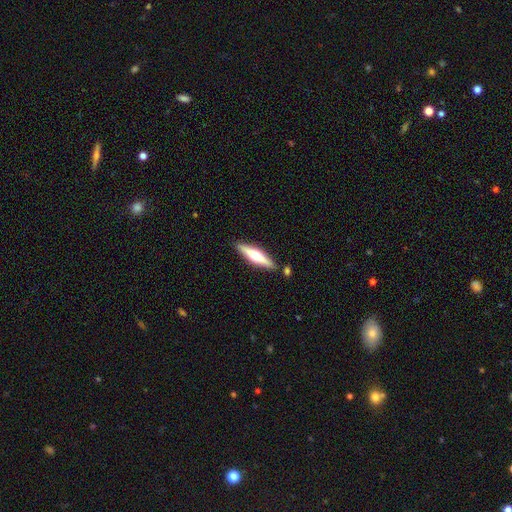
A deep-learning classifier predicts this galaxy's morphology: The model was most divided on "smooth or featured": featured or disk: 60%, smooth: 35%, star or artifact: 5%. More confident: edge-on disk — yes (96%); edge-on bulge — rounded (92%); merging — none (86%).